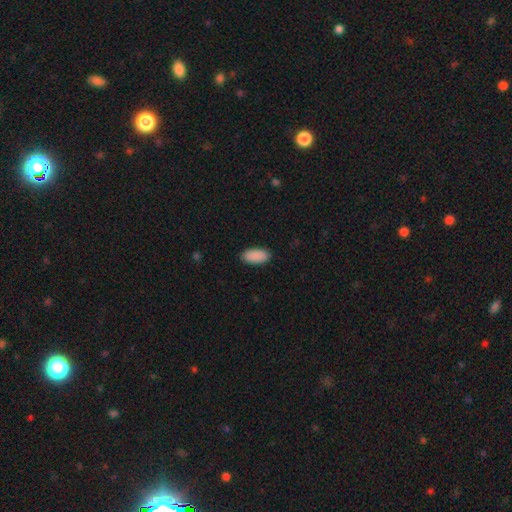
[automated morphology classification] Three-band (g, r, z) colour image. It shows a smooth galaxy with no disk features (91%) that is in between round and cigar-shaped (91%). Merging: none (89%).